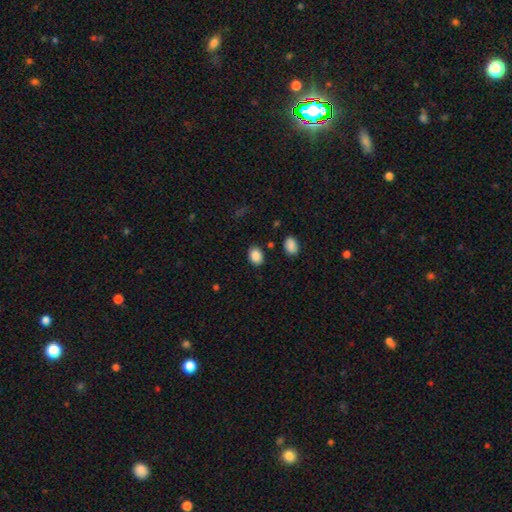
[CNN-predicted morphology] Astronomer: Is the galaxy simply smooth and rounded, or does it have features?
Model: smooth — 88%.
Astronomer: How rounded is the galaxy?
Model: in between — 70%.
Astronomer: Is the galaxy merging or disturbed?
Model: none — 85%.